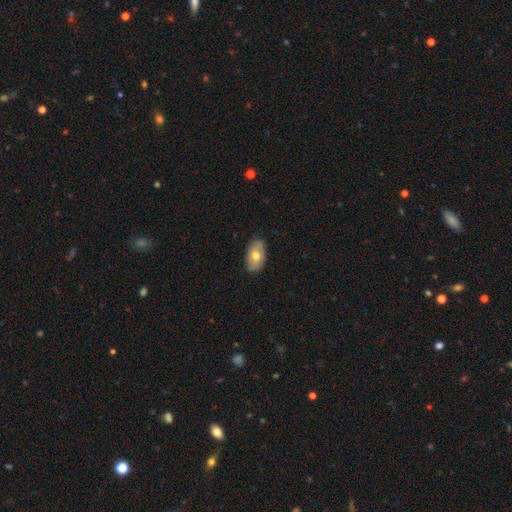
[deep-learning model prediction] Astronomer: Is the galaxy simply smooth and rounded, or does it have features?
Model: smooth — 64%.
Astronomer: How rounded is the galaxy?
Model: in between — 92%.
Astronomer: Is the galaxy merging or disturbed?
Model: none — 81%.